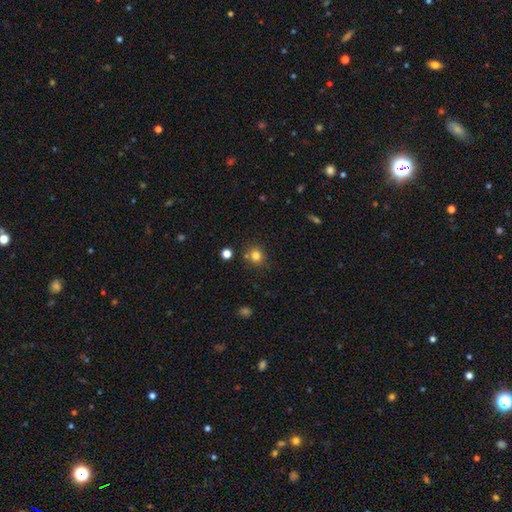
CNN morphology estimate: Smooth or featured?
  - smooth: 80% *
  - star or artifact: 14%
  - featured or disk: 6%
How rounded?
  - round: 85% *
  - in between: 14%
  - cigar-shaped: 1%
Merging?
  - none: 76% *
  - merger: 11%
  - minor disturbance: 10%
  - major disturbance: 3%